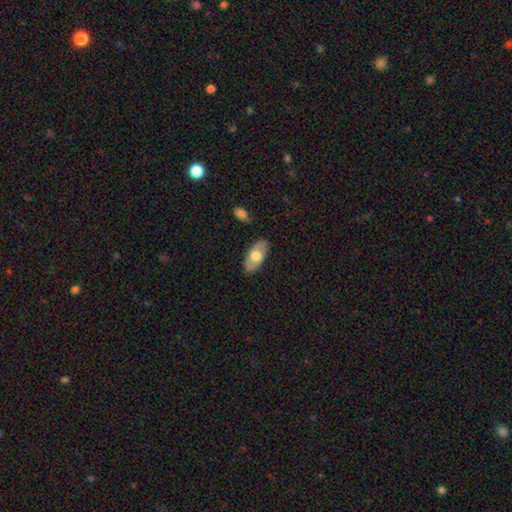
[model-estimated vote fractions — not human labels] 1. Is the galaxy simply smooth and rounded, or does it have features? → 57% smooth, 37% featured or disk, 6% star or artifact.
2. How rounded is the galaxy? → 92% in between, 4% cigar-shaped, 4% round.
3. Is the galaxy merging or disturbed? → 84% none, 12% minor disturbance, 3% major disturbance, 1% merger.